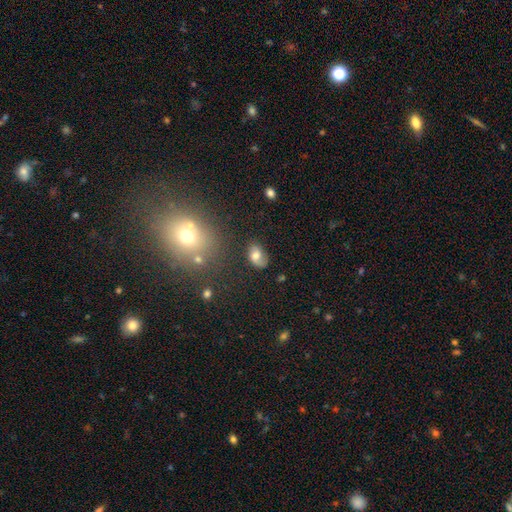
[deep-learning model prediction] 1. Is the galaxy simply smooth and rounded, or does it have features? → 57% smooth, 33% featured or disk, 10% star or artifact.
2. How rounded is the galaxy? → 82% in between, 16% round, 2% cigar-shaped.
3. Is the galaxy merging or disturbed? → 59% none, 25% minor disturbance, 12% major disturbance, 4% merger.